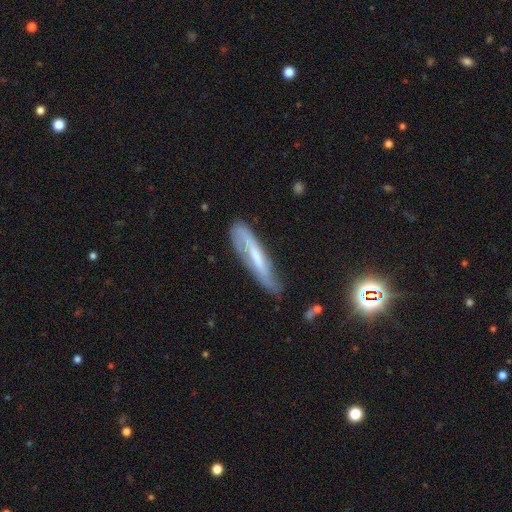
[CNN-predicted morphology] smooth_or_featured: featured or disk (p=0.61) [alt: smooth p=0.32]
disk_edge_on: no (p=0.54) [alt: yes p=0.46]
merging: none (p=0.62) [alt: minor disturbance p=0.26]